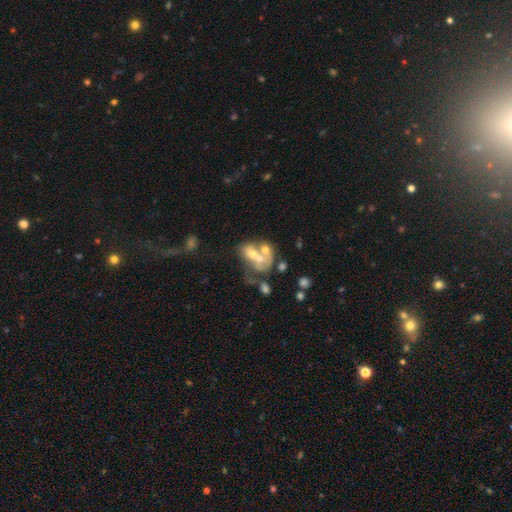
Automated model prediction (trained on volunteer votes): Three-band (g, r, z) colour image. It shows a featured or disk galaxy (51%). Merging: merger (65%).